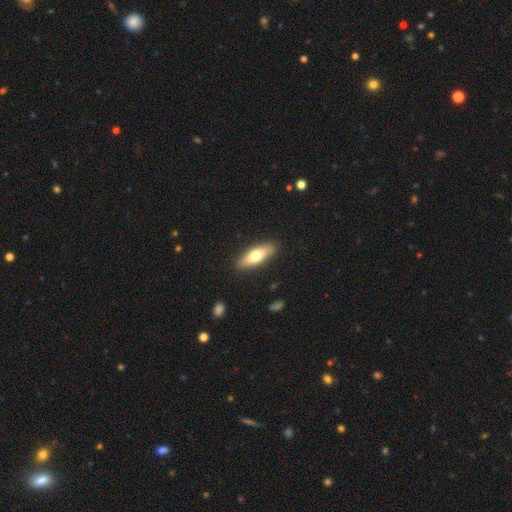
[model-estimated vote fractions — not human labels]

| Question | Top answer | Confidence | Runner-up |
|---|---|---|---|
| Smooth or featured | smooth | 69% | featured or disk (26%) |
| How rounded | in between | 59% | cigar-shaped (38%) |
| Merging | none | 88% | minor disturbance (9%) |